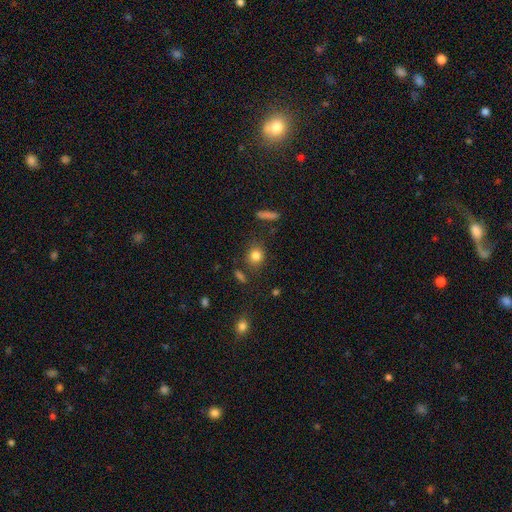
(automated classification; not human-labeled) Q: Smooth or featured?
A: smooth (82%); runner-up: star or artifact (11%)
Q: How rounded?
A: round (73%); runner-up: in between (25%)
Q: Merging?
A: none (81%); runner-up: minor disturbance (12%)